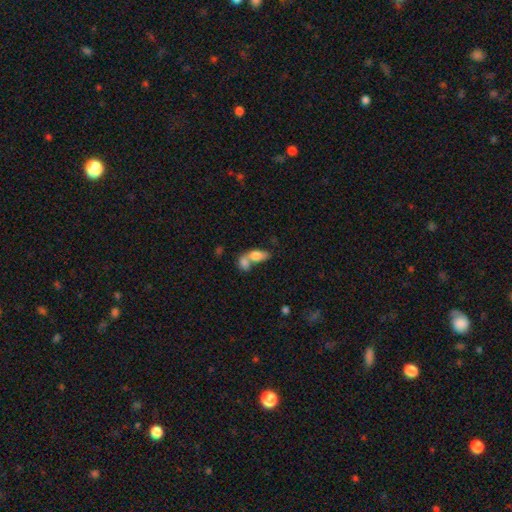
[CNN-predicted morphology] type=smooth (77%); roundness=in between (84%); merging=merger (69%).